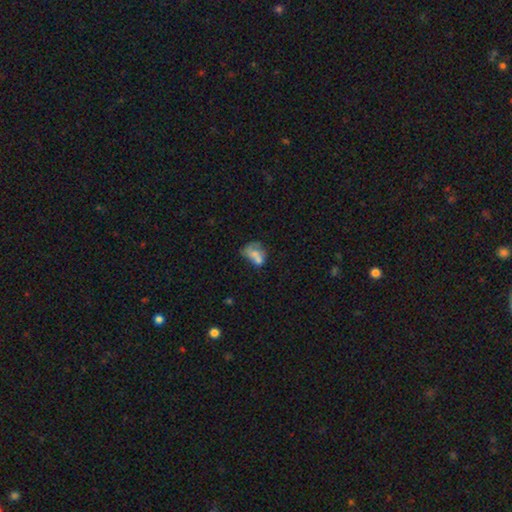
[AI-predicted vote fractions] smooth-or-featured: smooth: 59% | featured or disk: 29% | star or artifact: 11%
  how-rounded: in between: 73% | round: 25% | cigar-shaped: 2%
  merging: merger: 42% | major disturbance: 21% | none: 20% | minor disturbance: 17%